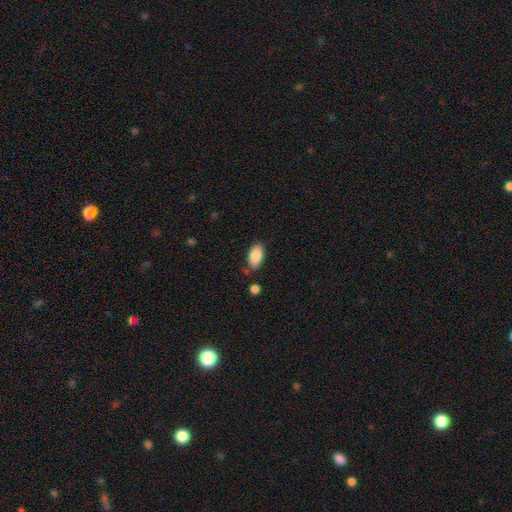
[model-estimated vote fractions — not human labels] Q: Smooth or featured?
A: smooth (87%); runner-up: star or artifact (7%)
Q: How rounded?
A: in between (94%); runner-up: cigar-shaped (3%)
Q: Merging?
A: none (79%); runner-up: minor disturbance (14%)